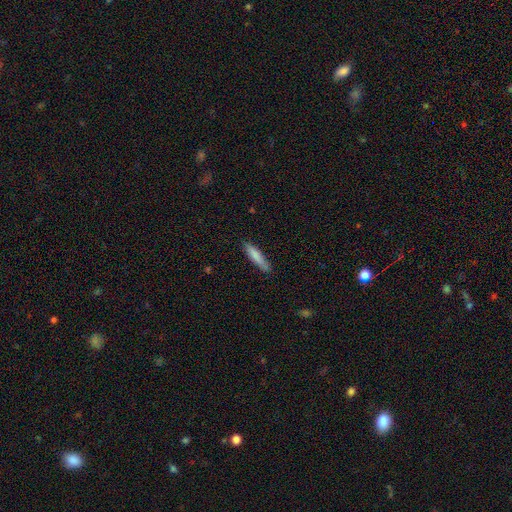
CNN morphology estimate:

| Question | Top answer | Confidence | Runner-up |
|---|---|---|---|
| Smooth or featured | smooth | 80% | featured or disk (14%) |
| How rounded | cigar-shaped | 84% | in between (14%) |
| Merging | none | 82% | minor disturbance (14%) |